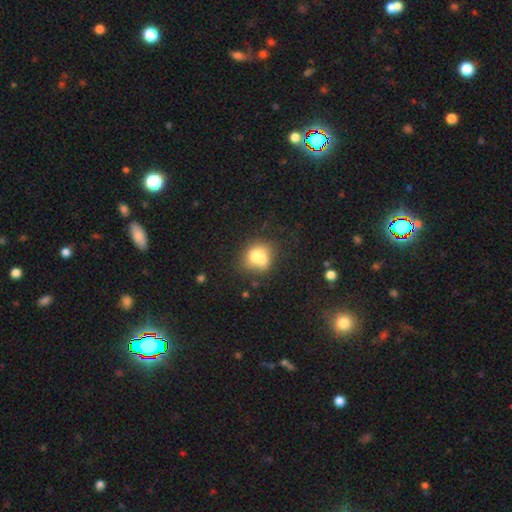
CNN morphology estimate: Smooth or featured?
  - smooth: 66% *
  - featured or disk: 23%
  - star or artifact: 11%
How rounded?
  - round: 64% *
  - in between: 34%
  - cigar-shaped: 1%
Merging?
  - merger: 47% *
  - none: 33%
  - minor disturbance: 13%
  - major disturbance: 7%